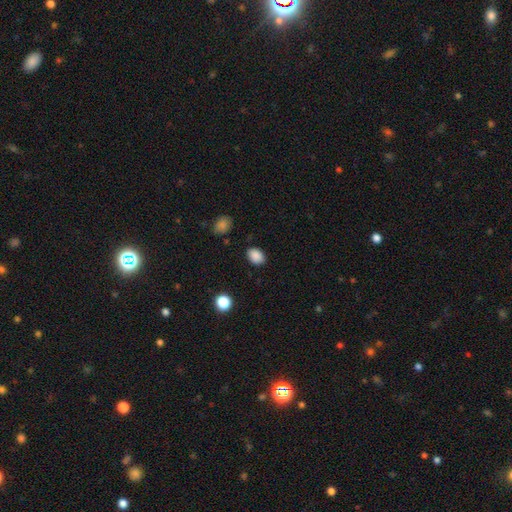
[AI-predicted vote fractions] Smooth or featured? Predicted: smooth (p=0.87). How rounded? Predicted: in between (p=0.72). Merging? Predicted: none (p=0.85).